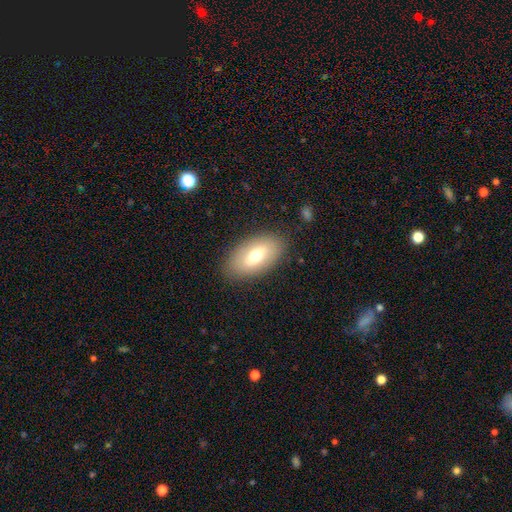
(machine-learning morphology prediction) smooth 62%, featured or disk 30%, star or artifact 8%. Down the decision tree: how rounded — in between (92%); merging — none (85%).